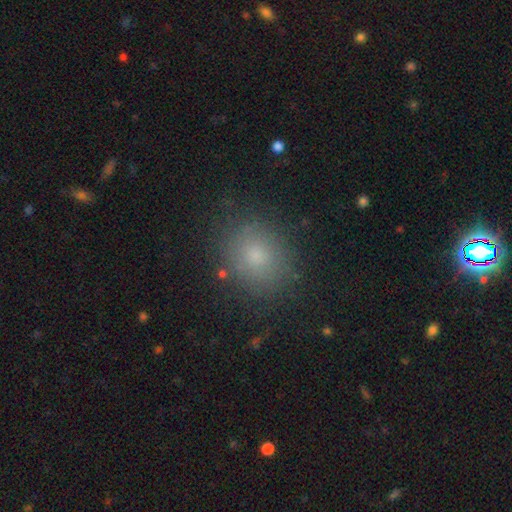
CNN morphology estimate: This appears to be a smooth galaxy with no disk features (76%) that is round (64%). Merging: none (84%).